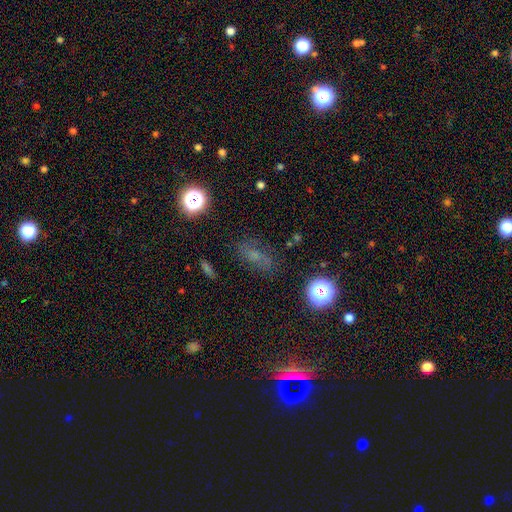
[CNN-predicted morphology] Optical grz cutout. It shows a smooth galaxy with no disk features (44%). Merging: none (71%).